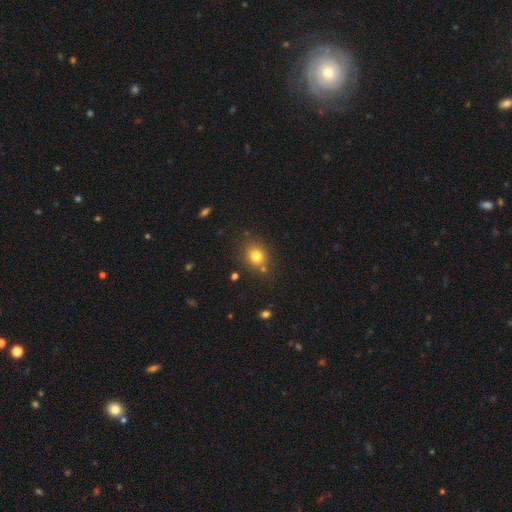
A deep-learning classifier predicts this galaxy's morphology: smooth-or-featured: smooth: 78% | star or artifact: 13% | featured or disk: 9%
  how-rounded: round: 71% | in between: 28% | cigar-shaped: 1%
  merging: none: 77% | minor disturbance: 11% | merger: 8% | major disturbance: 4%